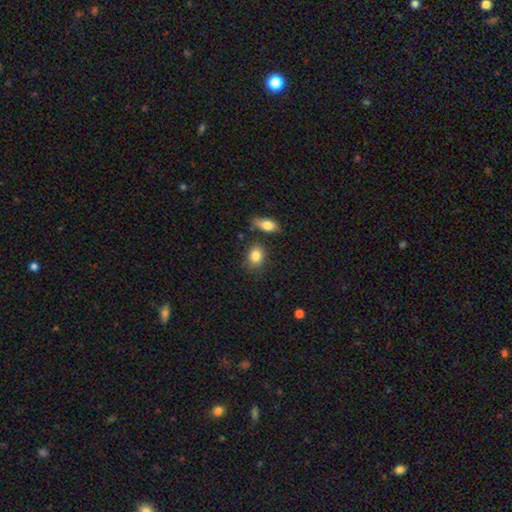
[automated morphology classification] This appears to be a smooth galaxy with no disk features (85%) that is in between round and cigar-shaped (59%). Merging: none (72%).